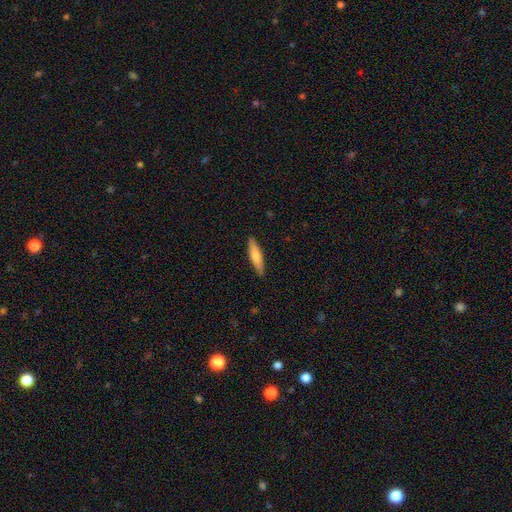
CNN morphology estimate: This appears to be a smooth galaxy with no disk features (68%) that is cigar-shaped (79%). Merging: none (88%).